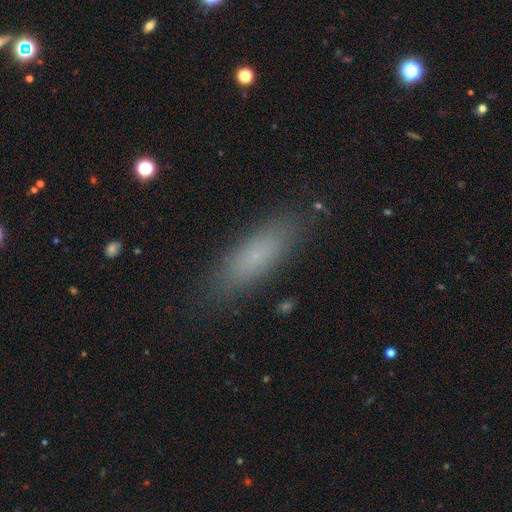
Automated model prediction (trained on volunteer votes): Smooth or featured? smooth (77%)
How rounded? cigar-shaped (49%)
Merging? none (86%)